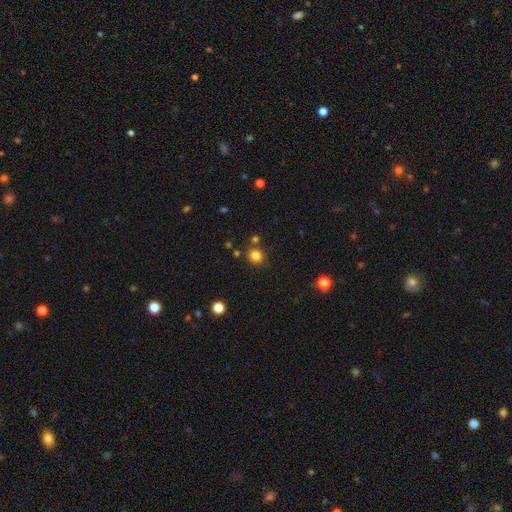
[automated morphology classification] A smooth galaxy with no disk features (82%) that is round (79%). Merging: none (82%).